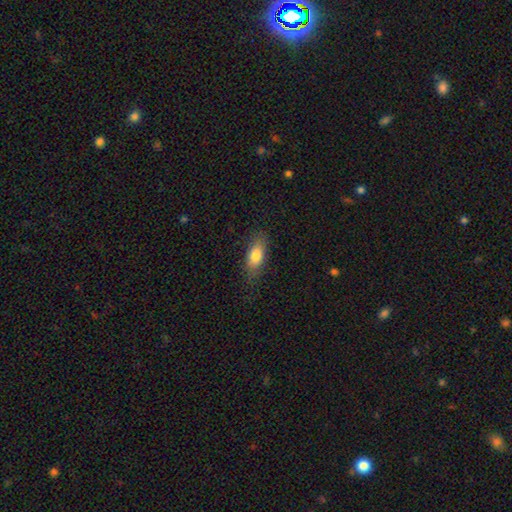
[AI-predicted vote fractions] A smooth galaxy with no disk features (80%) that is in between round and cigar-shaped (82%). Merging: none (77%).